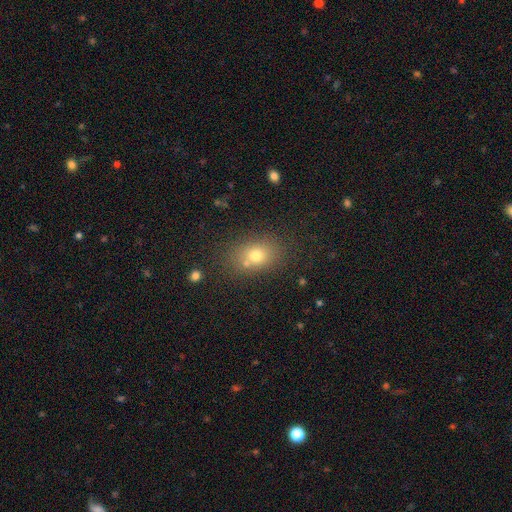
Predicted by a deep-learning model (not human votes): Overall: smooth (71%). How rounded: in between (63%; round 35%). Merging: none (70%).